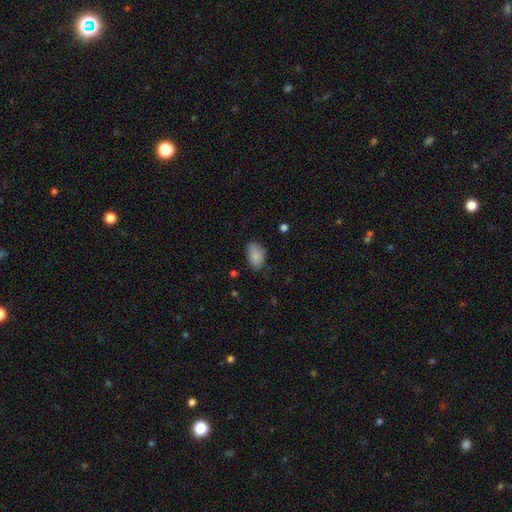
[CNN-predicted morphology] Smooth or featured: smooth — 87% (star or artifact — 8%)
How rounded: in between — 88% (round — 10%)
Merging: none — 67% (minor disturbance — 26%)